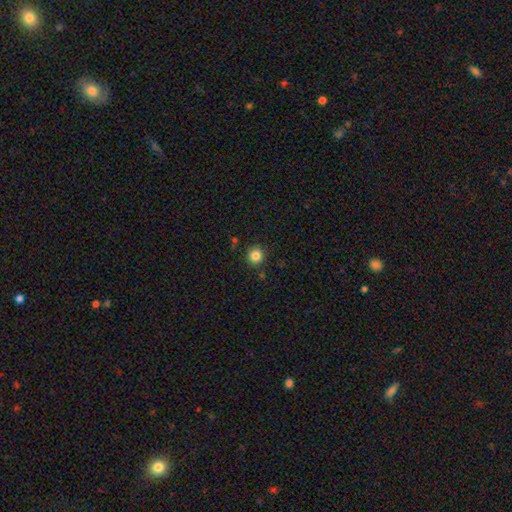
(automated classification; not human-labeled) Smooth or featured: smooth — 85% (star or artifact — 11%)
How rounded: round — 94% (in between — 5%)
Merging: none — 89% (minor disturbance — 7%)